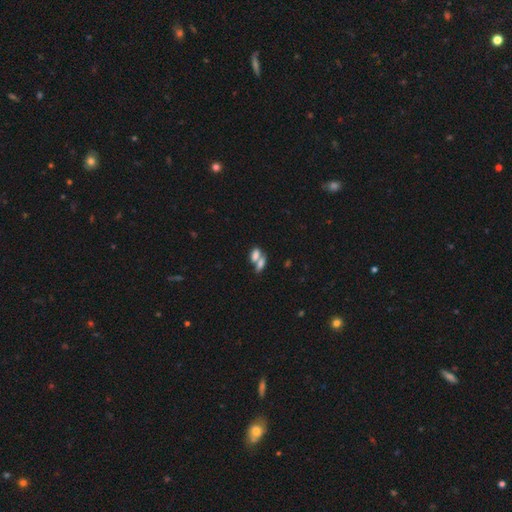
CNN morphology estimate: Smooth or featured?
  - smooth: 75% *
  - featured or disk: 15%
  - star or artifact: 10%
How rounded?
  - in between: 83% *
  - cigar-shaped: 9%
  - round: 8%
Merging?
  - merger: 63% *
  - none: 26%
  - minor disturbance: 7%
  - major disturbance: 4%